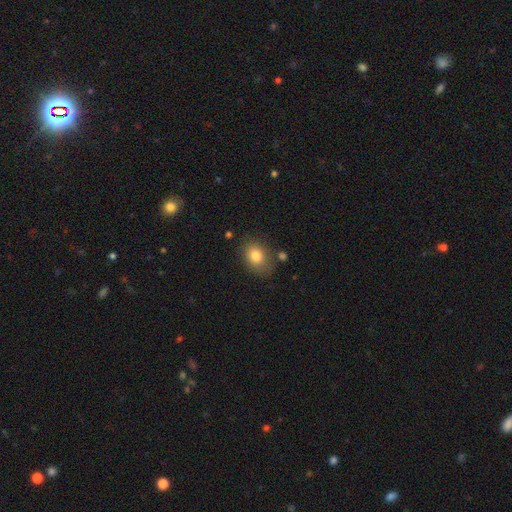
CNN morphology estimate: smooth_or_featured: smooth (p=0.82) [alt: featured or disk p=0.09]
how_rounded: in between (p=0.65) [alt: round p=0.34]
merging: none (p=0.73) [alt: minor disturbance p=0.17]